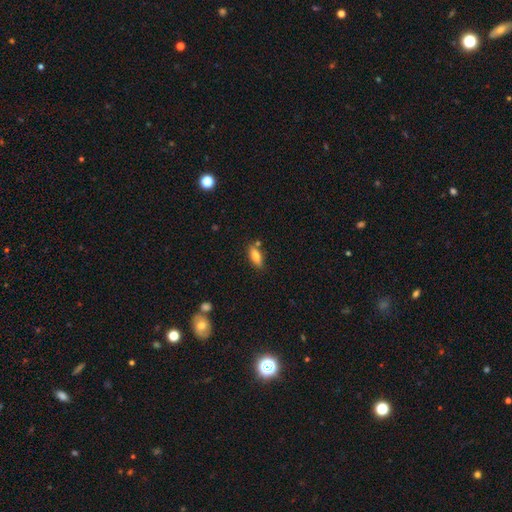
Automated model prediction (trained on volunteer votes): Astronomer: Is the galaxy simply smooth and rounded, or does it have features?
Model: smooth — 78%.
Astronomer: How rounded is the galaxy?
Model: in between — 73%.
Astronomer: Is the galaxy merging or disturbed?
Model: none — 74%.